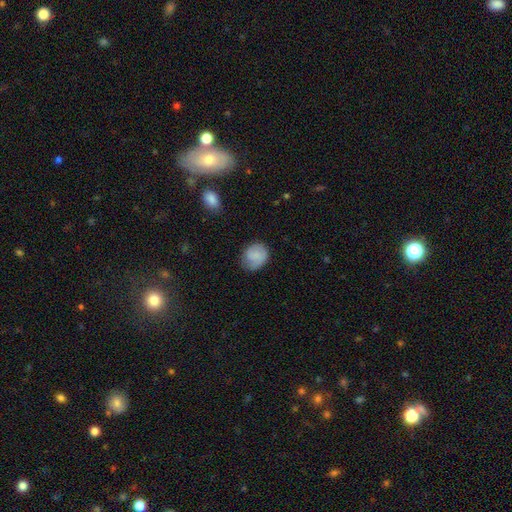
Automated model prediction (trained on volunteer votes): Q: Smooth or featured?
A: smooth (71%); runner-up: featured or disk (21%)
Q: How rounded?
A: round (63%); runner-up: in between (36%)
Q: Merging?
A: none (67%); runner-up: minor disturbance (24%)